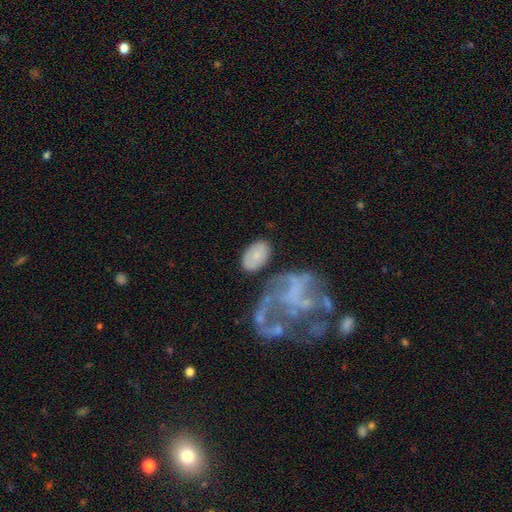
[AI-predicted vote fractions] Smooth or featured? smooth (71%)
How rounded? in between (93%)
Merging? none (71%)